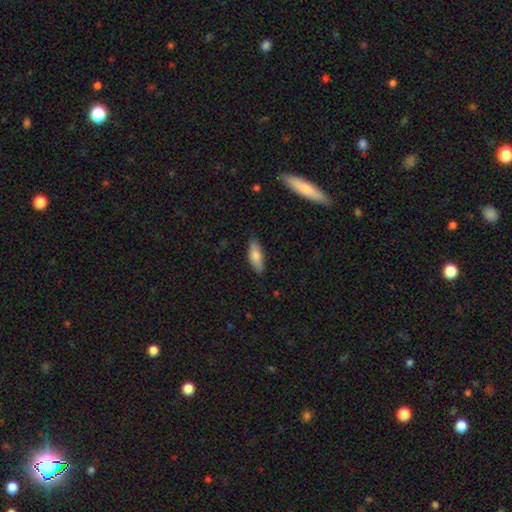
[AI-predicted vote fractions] The model was most divided on "how rounded": in between: 64%, cigar-shaped: 34%, round: 2%. More confident: merging — none (85%); smooth or featured — smooth (79%).